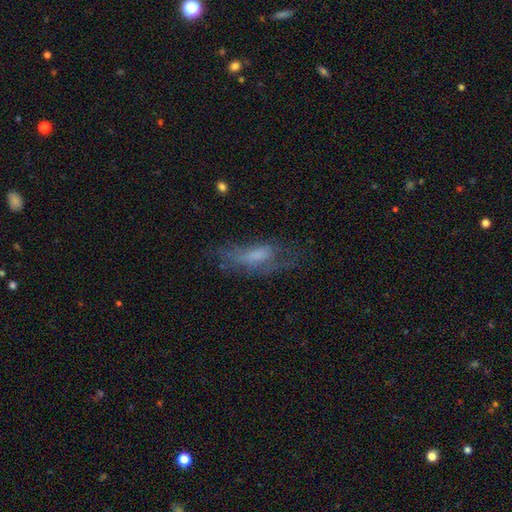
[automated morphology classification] A smooth galaxy with no disk features (47%).

Vote fractions:
- Smooth or featured? smooth: 47% / featured or disk: 41% / star or artifact: 12%
- Merging? none: 46% / major disturbance: 26% / minor disturbance: 25% / merger: 2%